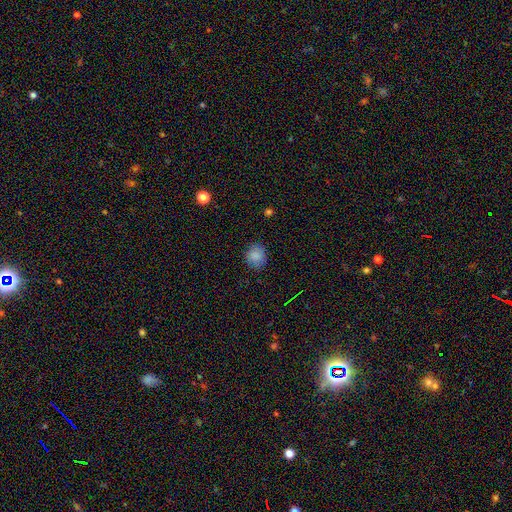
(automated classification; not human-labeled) The model was most divided on "how rounded": round: 76%, in between: 23%, cigar-shaped: 1%. More confident: smooth or featured — smooth (83%); merging — none (82%).